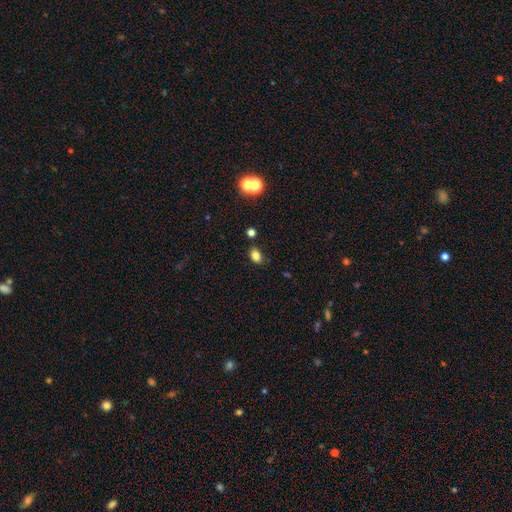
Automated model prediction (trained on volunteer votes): smooth-or-featured: smooth: 81% | star or artifact: 13% | featured or disk: 7%
  how-rounded: in between: 80% | round: 19% | cigar-shaped: 1%
  merging: none: 80% | minor disturbance: 12% | merger: 5% | major disturbance: 3%